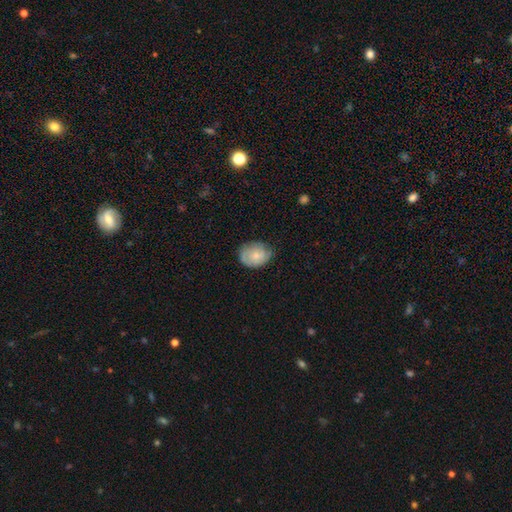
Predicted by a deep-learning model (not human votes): smooth-or-featured: smooth: 65% | featured or disk: 28% | star or artifact: 7%
  how-rounded: in between: 50% | round: 49% | cigar-shaped: 1%
  merging: none: 66% | minor disturbance: 27% | major disturbance: 6% | merger: 1%